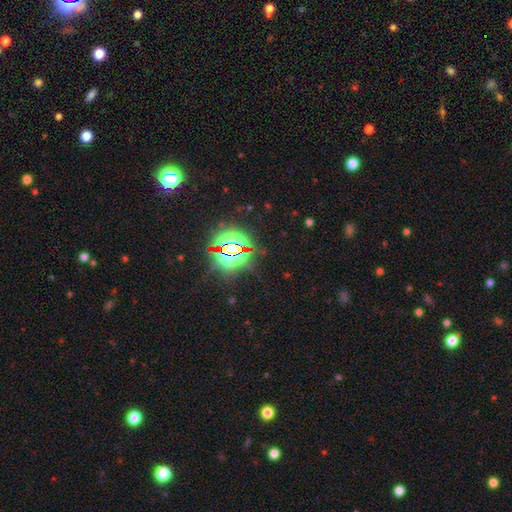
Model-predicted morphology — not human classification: Smooth or featured? star or artifact (83%)